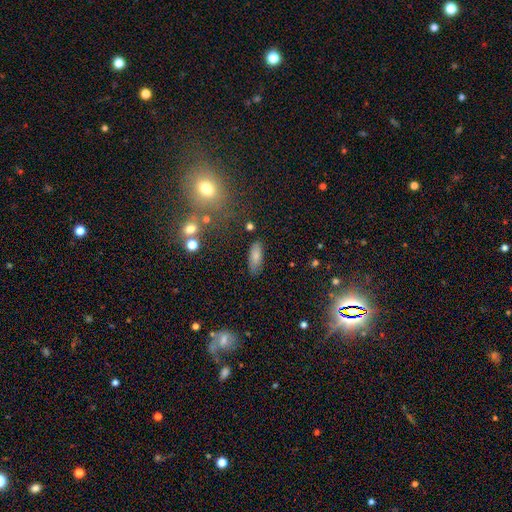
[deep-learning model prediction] This appears to be a smooth galaxy with no disk features (79%) that is in between round and cigar-shaped (77%). Merging: none (81%).